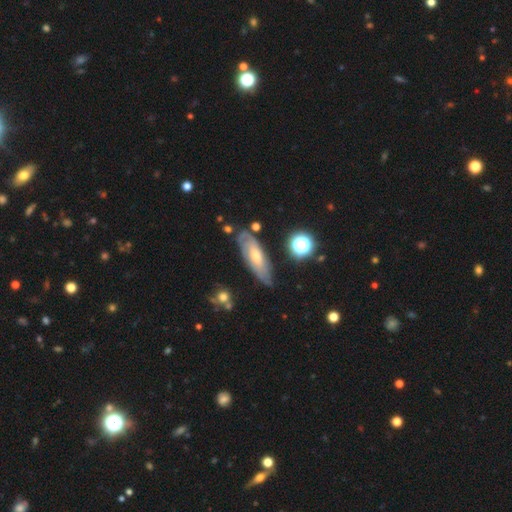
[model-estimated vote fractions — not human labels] featured or disk 65%, smooth 26%, star or artifact 9%. Down the decision tree: edge-on disk — no (75%); merging — none (73%).